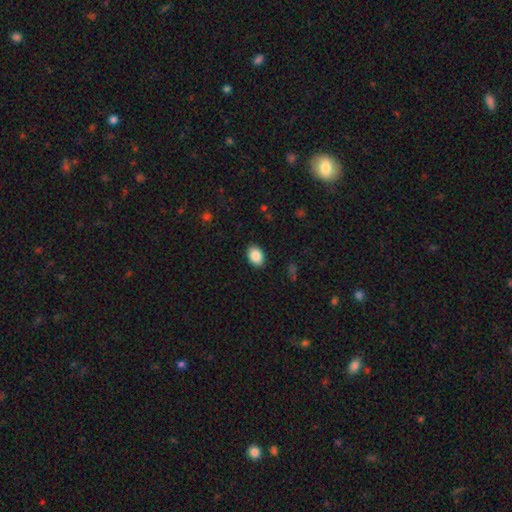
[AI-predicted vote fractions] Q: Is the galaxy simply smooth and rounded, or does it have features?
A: smooth — 88%.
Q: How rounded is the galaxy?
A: in between — 79%.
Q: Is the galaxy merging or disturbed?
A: none — 89%.